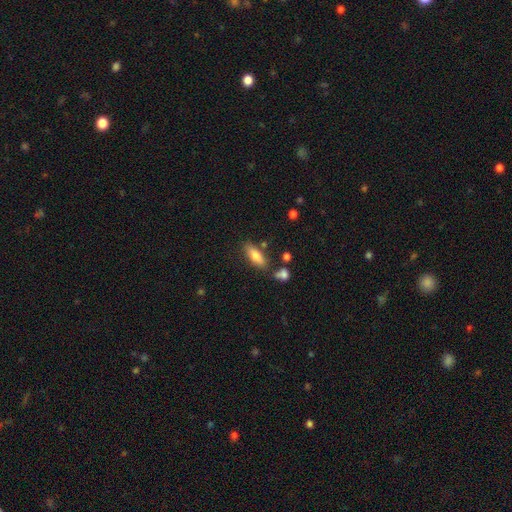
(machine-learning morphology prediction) type=smooth (79%); roundness=in between (70%); merging=none (72%).